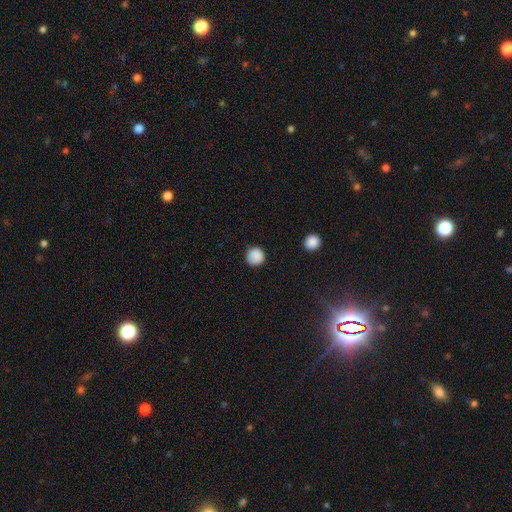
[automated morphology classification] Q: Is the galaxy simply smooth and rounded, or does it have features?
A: smooth — 88%.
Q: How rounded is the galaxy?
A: round — 94%.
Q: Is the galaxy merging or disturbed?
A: none — 86%.